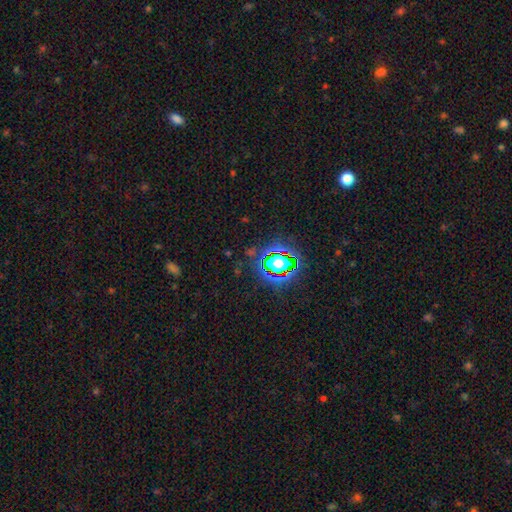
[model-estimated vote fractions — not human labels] The model was most divided on "smooth or featured": star or artifact: 81%, smooth: 12%, featured or disk: 7%.